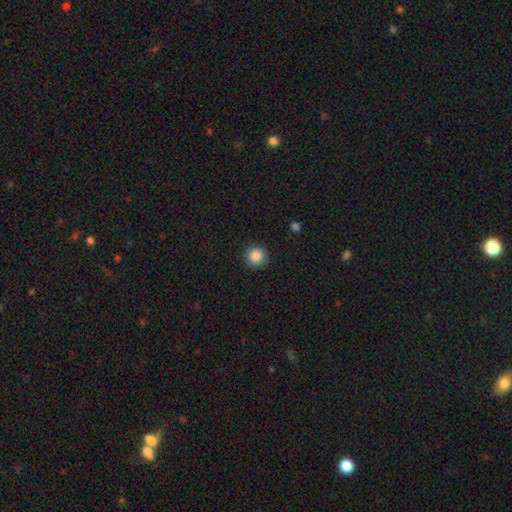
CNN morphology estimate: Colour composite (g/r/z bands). It shows a smooth galaxy with no disk features (87%) that is round (95%). Merging: none (91%).